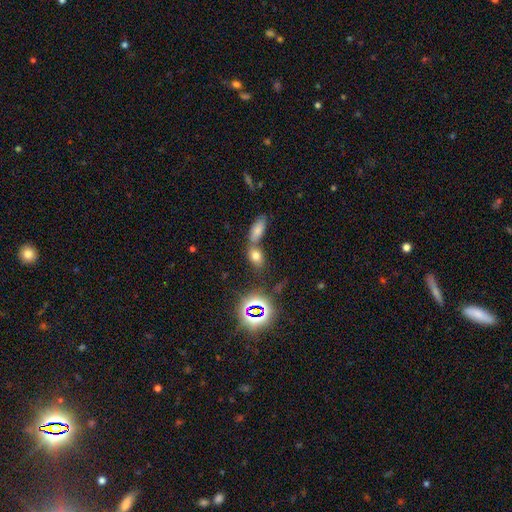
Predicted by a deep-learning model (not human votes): smooth-or-featured: smooth: 66% | star or artifact: 24% | featured or disk: 10%
  how-rounded: in between: 81% | round: 14% | cigar-shaped: 4%
  merging: none: 50% | merger: 36% | minor disturbance: 10% | major disturbance: 4%